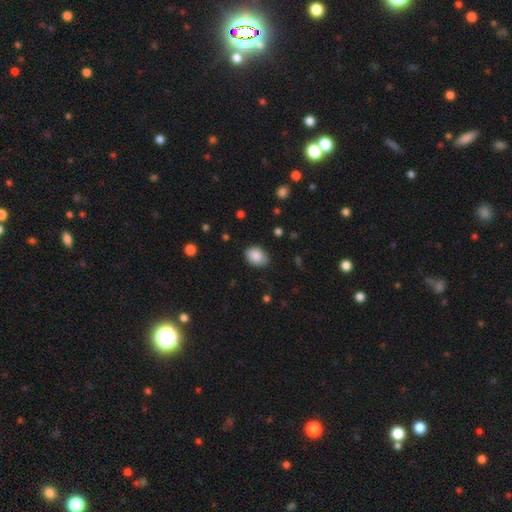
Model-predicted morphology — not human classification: The model was most divided on "how rounded": in between: 70%, round: 29%, cigar-shaped: 1%. More confident: smooth or featured — smooth (86%); merging — none (76%).